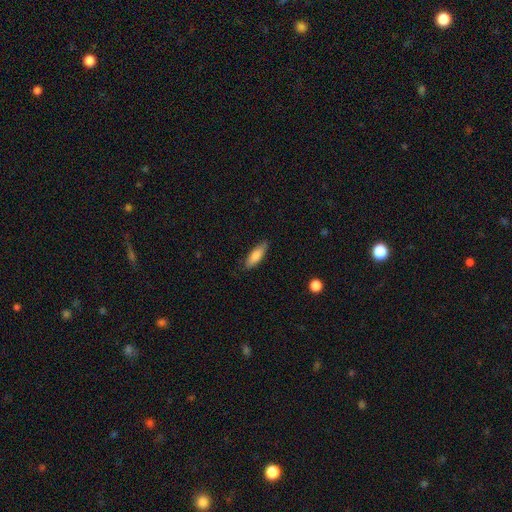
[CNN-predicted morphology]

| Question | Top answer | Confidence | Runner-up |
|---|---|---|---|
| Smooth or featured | smooth | 80% | featured or disk (14%) |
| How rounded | in between | 57% | cigar-shaped (42%) |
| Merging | none | 81% | minor disturbance (15%) |